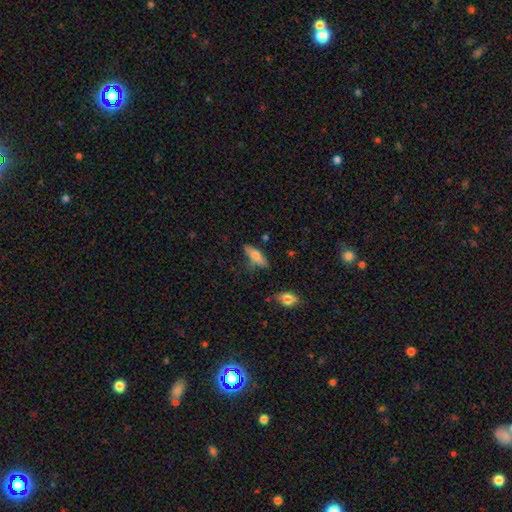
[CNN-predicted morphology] Smooth or featured: smooth — 65% (featured or disk — 27%)
How rounded: in between — 53% (cigar-shaped — 44%)
Merging: none — 56% (minor disturbance — 27%)